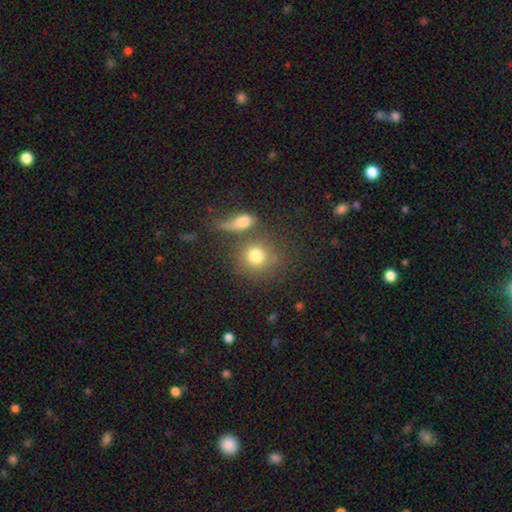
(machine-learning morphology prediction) Smooth or featured? smooth (76%)
How rounded? round (83%)
Merging? none (55%)